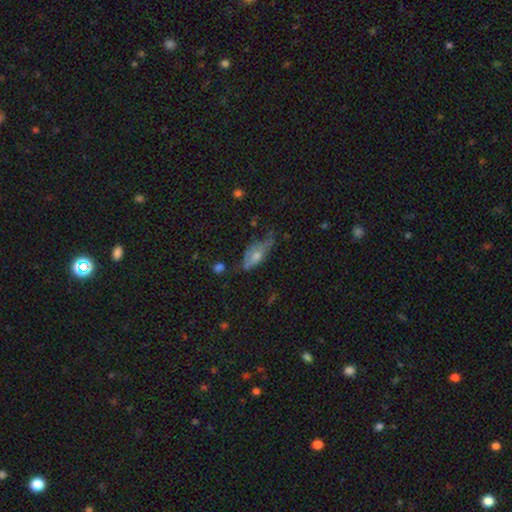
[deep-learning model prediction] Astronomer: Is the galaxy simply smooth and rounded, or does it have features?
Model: featured or disk — 45% (runner-up: smooth, 44%).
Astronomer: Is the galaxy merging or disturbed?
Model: none — 45% (runner-up: minor disturbance, 33%).